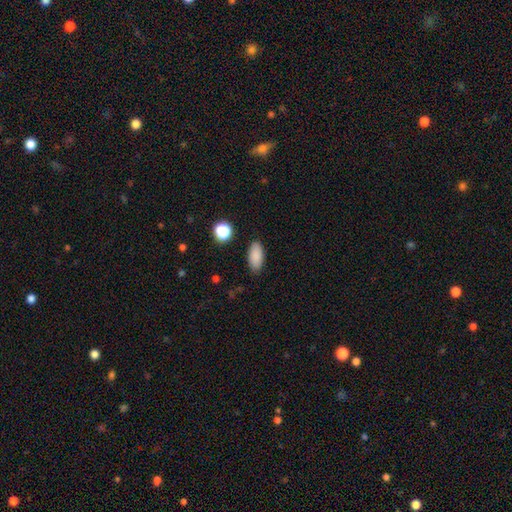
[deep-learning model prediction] This appears to be a smooth galaxy with no disk features (87%) that is in between round and cigar-shaped (89%). Merging: none (86%).